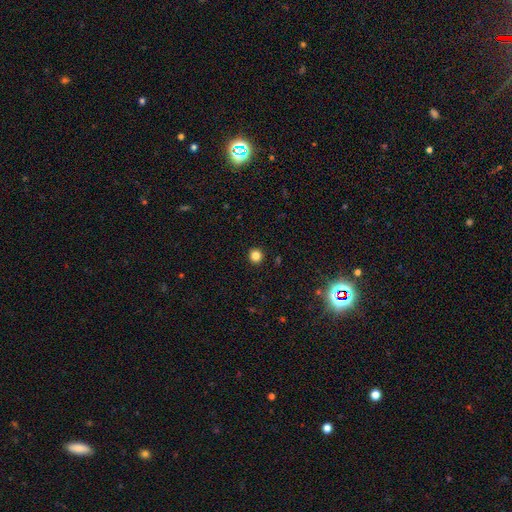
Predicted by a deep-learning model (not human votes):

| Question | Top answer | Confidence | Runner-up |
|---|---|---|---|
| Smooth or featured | smooth | 84% | star or artifact (12%) |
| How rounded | round | 93% | in between (6%) |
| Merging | none | 93% | minor disturbance (4%) |